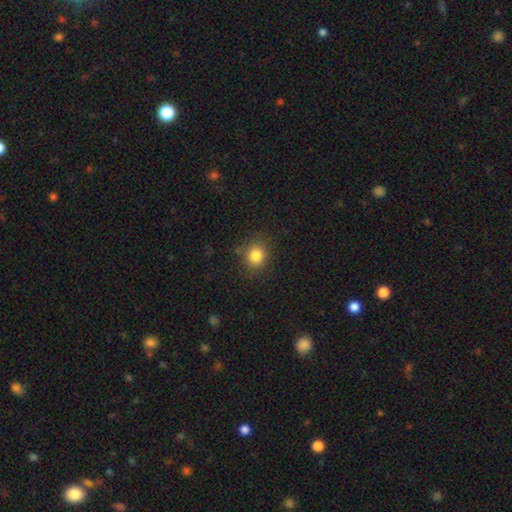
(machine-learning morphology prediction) smooth_or_featured: smooth (p=0.83) [alt: star or artifact p=0.11]
how_rounded: round (p=0.75) [alt: in between p=0.24]
merging: none (p=0.83) [alt: minor disturbance p=0.12]